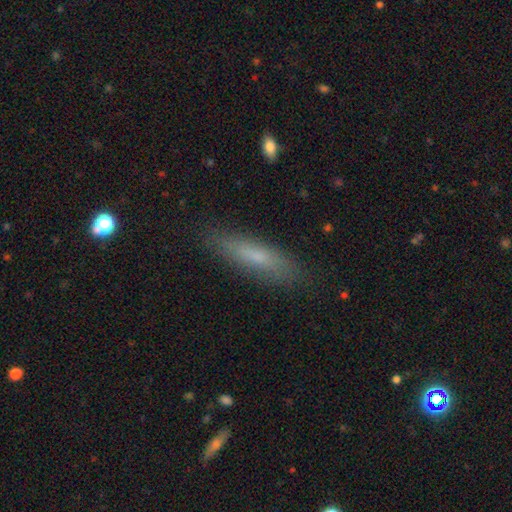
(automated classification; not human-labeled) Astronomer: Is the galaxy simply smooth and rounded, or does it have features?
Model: smooth — 69%.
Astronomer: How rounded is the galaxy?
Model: cigar-shaped — 75%.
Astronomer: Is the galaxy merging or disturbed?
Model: none — 84%.